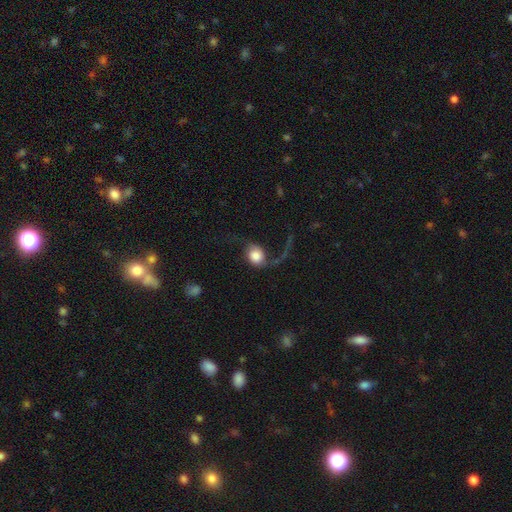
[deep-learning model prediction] Morphology: type=smooth (53%); roundness=round (68%); merging=major disturbance (40%).